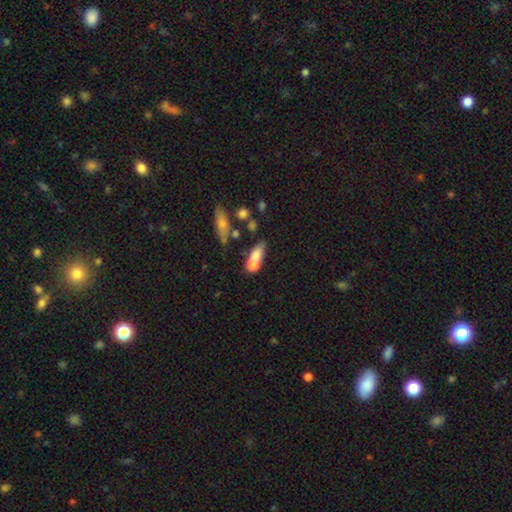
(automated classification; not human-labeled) Morphology: type=smooth (68%); roundness=in between (63%); merging=merger (56%).